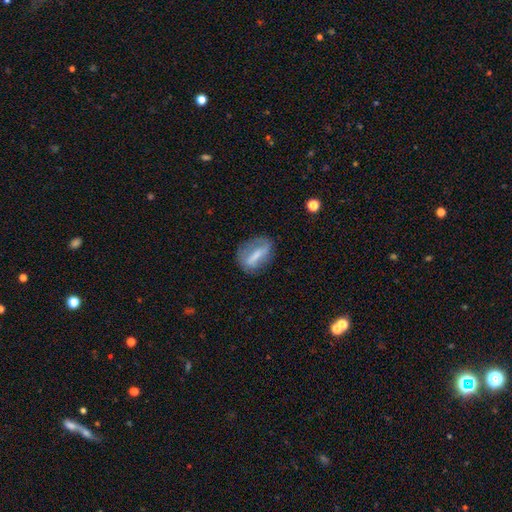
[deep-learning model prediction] This is possibly a featured or disk galaxy (50%). Merging: likely none (67%).